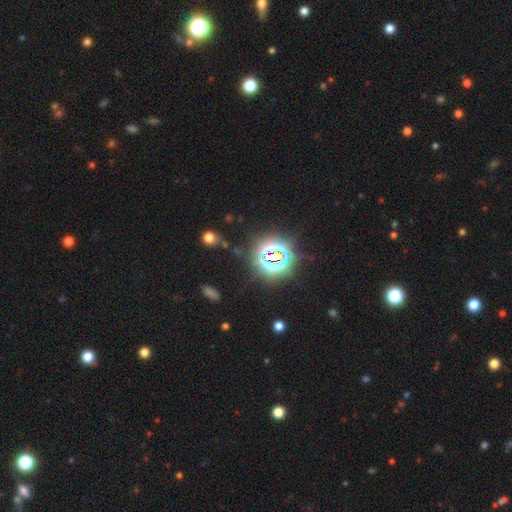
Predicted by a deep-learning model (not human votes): Smooth or featured?
  - star or artifact: 83% *
  - smooth: 11%
  - featured or disk: 6%